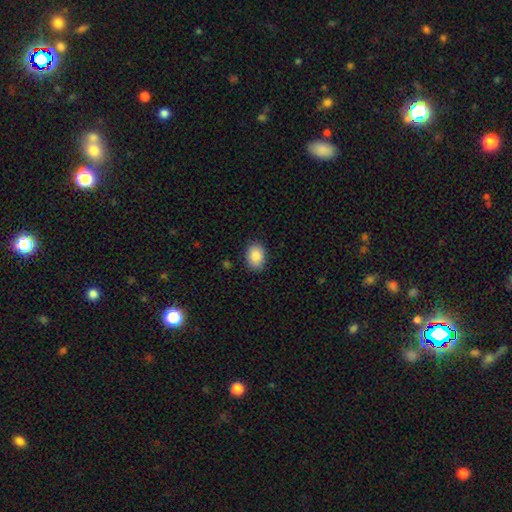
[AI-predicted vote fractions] Smooth or featured? Predicted: smooth (p=0.87). How rounded? Predicted: in between (p=0.72). Merging? Predicted: none (p=0.86).